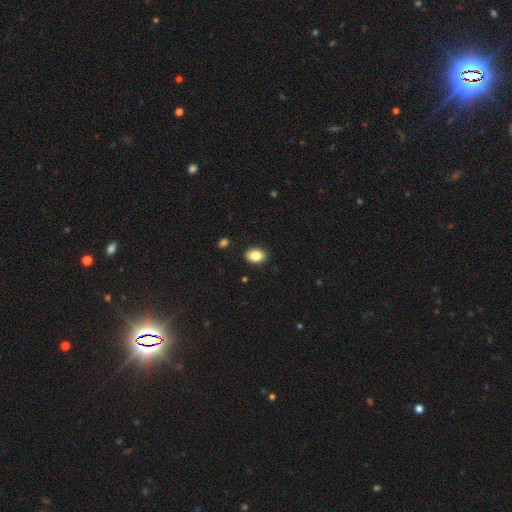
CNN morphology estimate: smooth 86%, star or artifact 8%, featured or disk 6%. Down the decision tree: how rounded — in between (83%); merging — none (89%).